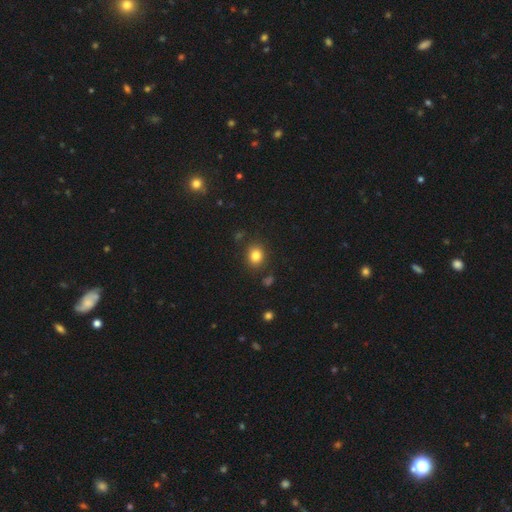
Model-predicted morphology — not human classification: Q: Smooth or featured?
A: smooth (83%); runner-up: star or artifact (11%)
Q: How rounded?
A: round (65%); runner-up: in between (34%)
Q: Merging?
A: none (84%); runner-up: minor disturbance (10%)